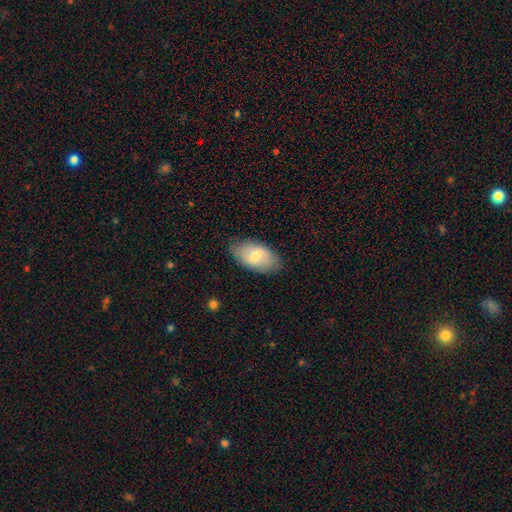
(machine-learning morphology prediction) smooth-or-featured: smooth: 67% | featured or disk: 27% | star or artifact: 6%
  how-rounded: in between: 94% | round: 4% | cigar-shaped: 2%
  merging: none: 82% | minor disturbance: 14% | major disturbance: 3% | merger: 1%